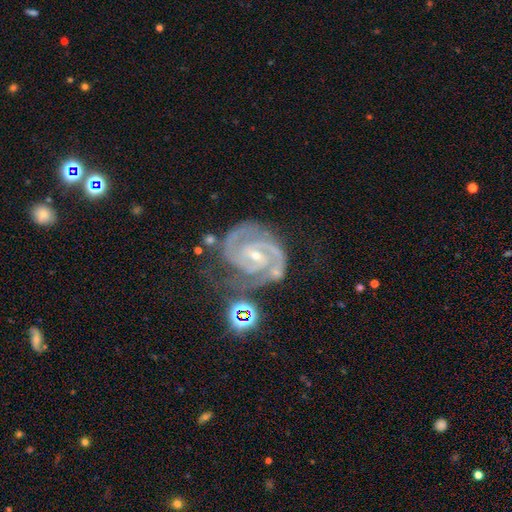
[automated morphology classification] A featured or disk galaxy (91%) with a weak bar (42%), 2 (74%) tight (62%) spiral arms (99%) and a small central bulge (72%).

Vote fractions:
- Smooth or featured? featured or disk: 91% / star or artifact: 6% / smooth: 3%
- Edge-on disk? no: 98% / yes: 2%
- Bar? weak: 42% / no: 37% / strong: 21%
- Spiral arms? yes: 99% / no: 1%
- Spiral winding? tight: 62% / medium: 35% / loose: 4%
- Spiral arm count? 2: 74% / 3: 14% / can't tell: 5% / 4: 3% / 1: 2% / more than 4: 2%
- Bulge size? small: 72% / moderate: 24% / none: 2% / large: 1% / dominant: 1%
- Merging? none: 57% / minor disturbance: 22% / major disturbance: 11% / merger: 10%